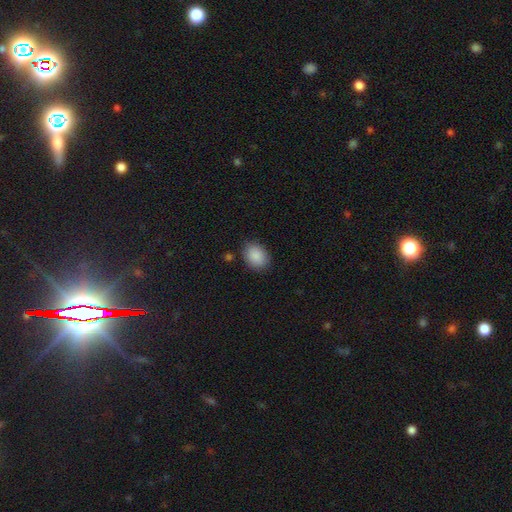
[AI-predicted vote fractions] smooth-or-featured: smooth: 89% | star or artifact: 7% | featured or disk: 4%
  how-rounded: in between: 57% | round: 42% | cigar-shaped: 1%
  merging: none: 83% | minor disturbance: 12% | major disturbance: 3% | merger: 2%